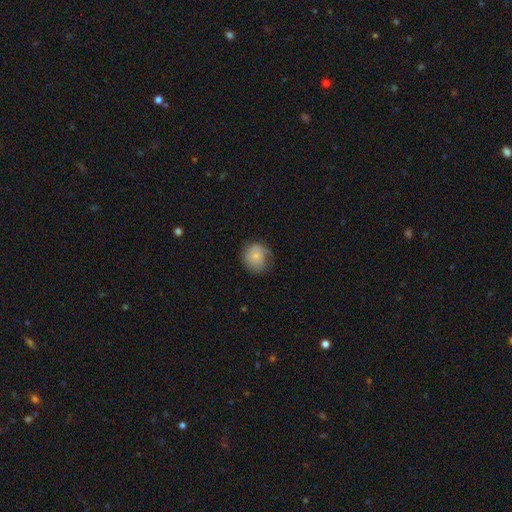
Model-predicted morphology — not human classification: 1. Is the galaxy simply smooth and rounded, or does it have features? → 66% smooth, 26% featured or disk, 8% star or artifact.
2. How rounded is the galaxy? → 78% round, 21% in between, 1% cigar-shaped.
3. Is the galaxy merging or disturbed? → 55% none, 29% minor disturbance, 14% major disturbance, 1% merger.